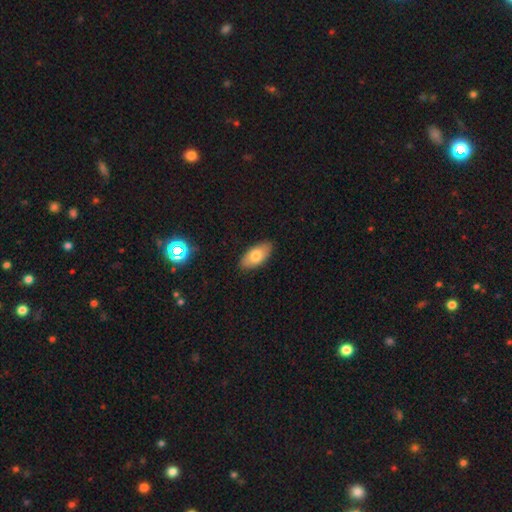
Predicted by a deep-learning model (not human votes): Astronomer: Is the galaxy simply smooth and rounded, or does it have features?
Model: smooth — 75%.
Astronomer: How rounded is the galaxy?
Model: in between — 92%.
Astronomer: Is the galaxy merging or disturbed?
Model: none — 87%.